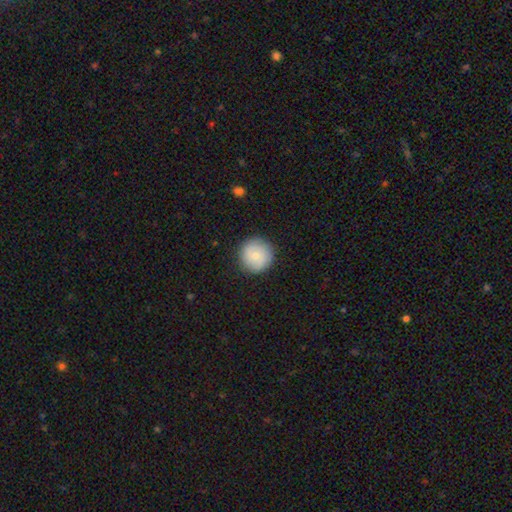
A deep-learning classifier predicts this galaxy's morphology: type=smooth (74%); roundness=round (95%); merging=none (88%).